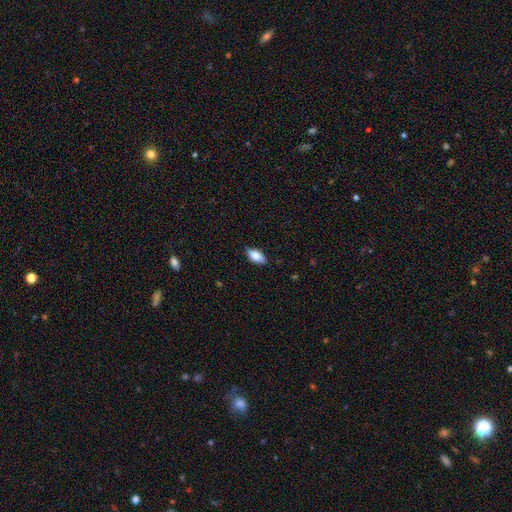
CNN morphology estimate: A smooth galaxy with no disk features (83%) that is in between round and cigar-shaped (89%).

Vote fractions:
- Smooth or featured? smooth: 83% / featured or disk: 10% / star or artifact: 7%
- How rounded? in between: 89% / cigar-shaped: 8% / round: 3%
- Merging? none: 84% / minor disturbance: 13% / major disturbance: 2% / merger: 1%